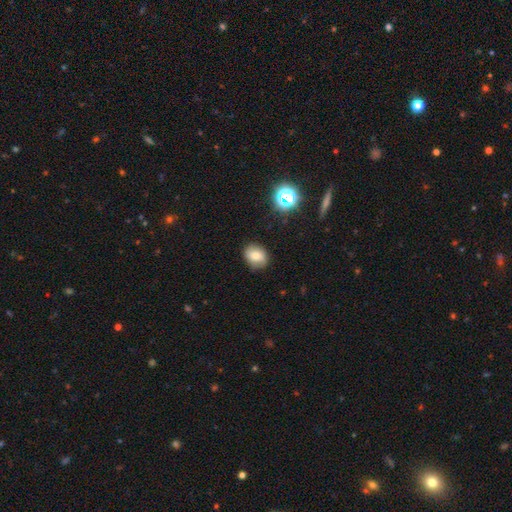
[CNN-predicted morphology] type=smooth (71%); roundness=in between (51%); merging=none (81%).